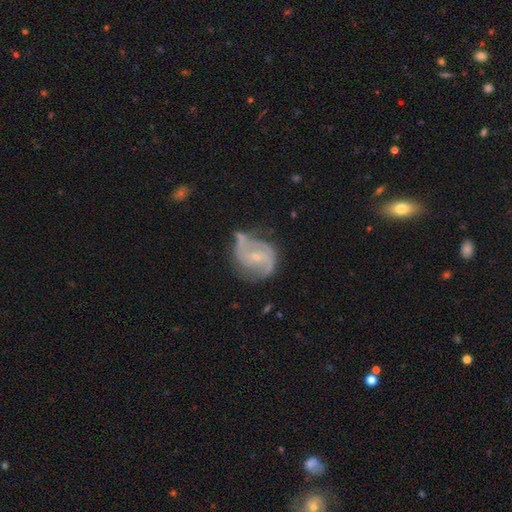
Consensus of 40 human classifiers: Overall: featured or disk (92%). Edge-on disk: no (95%). Bar: no (49%; weak 37%). Spiral arms: yes (100%). Spiral arm count: 2 (60%; 3 26%). Spiral winding: medium (51%; tight 34%). Bulge size: small (91%). Merging: none (50%; minor disturbance 37%).